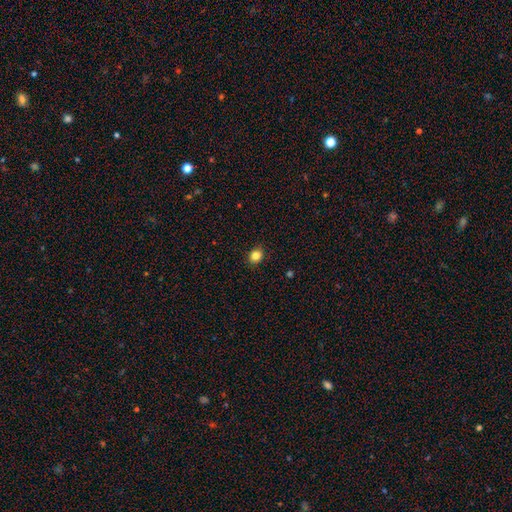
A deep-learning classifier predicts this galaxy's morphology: smooth-or-featured: smooth: 84% | star or artifact: 11% | featured or disk: 5%
  how-rounded: round: 63% | in between: 36% | cigar-shaped: 1%
  merging: none: 90% | minor disturbance: 7% | major disturbance: 2% | merger: 1%